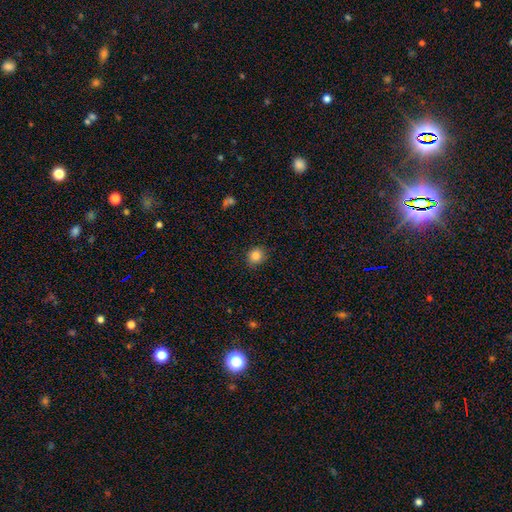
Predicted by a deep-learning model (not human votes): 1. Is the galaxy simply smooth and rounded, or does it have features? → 85% smooth, 10% star or artifact, 5% featured or disk.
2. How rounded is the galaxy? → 77% round, 22% in between, 1% cigar-shaped.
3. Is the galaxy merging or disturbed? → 86% none, 10% minor disturbance, 2% major disturbance, 1% merger.